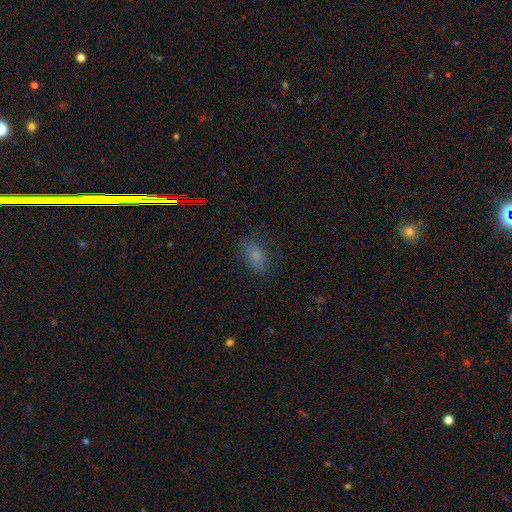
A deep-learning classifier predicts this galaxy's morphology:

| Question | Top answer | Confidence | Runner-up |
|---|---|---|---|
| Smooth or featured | smooth | 73% | star or artifact (16%) |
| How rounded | in between | 83% | round (14%) |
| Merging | none | 77% | minor disturbance (16%) |